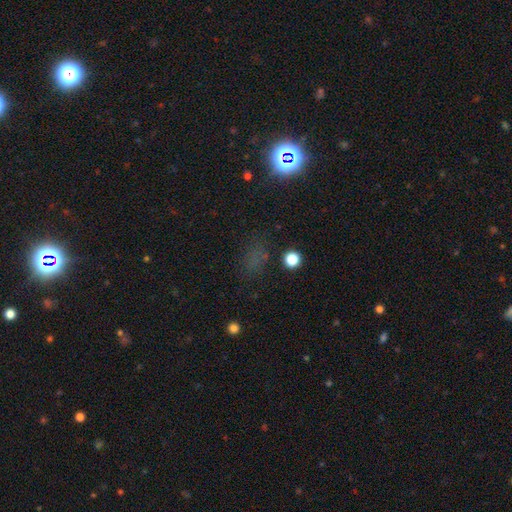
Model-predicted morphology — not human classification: A star or artifact, not a galaxy (52%).